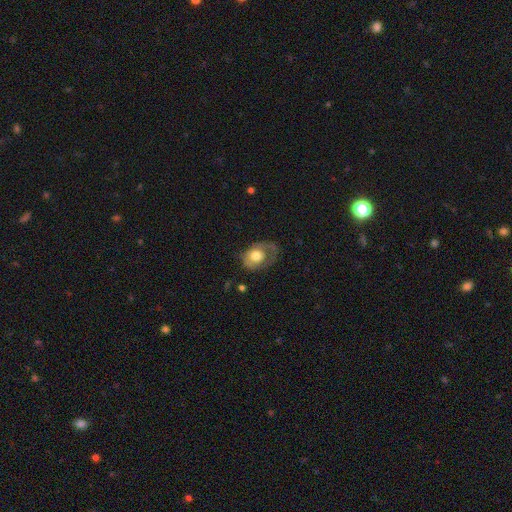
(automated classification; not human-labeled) Smooth or featured?
  - smooth: 51% *
  - featured or disk: 42%
  - star or artifact: 7%
How rounded?
  - in between: 63% *
  - round: 36%
  - cigar-shaped: 1%
Merging?
  - none: 40% *
  - major disturbance: 32%
  - minor disturbance: 26%
  - merger: 2%